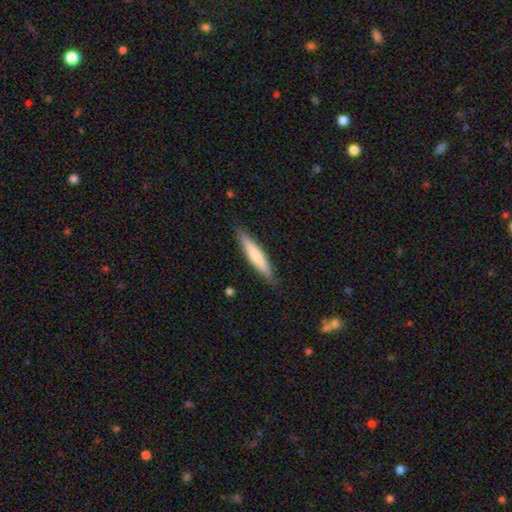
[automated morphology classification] Smooth or featured? Predicted: smooth (p=0.68). How rounded? Predicted: cigar-shaped (p=0.88). Merging? Predicted: none (p=0.86).